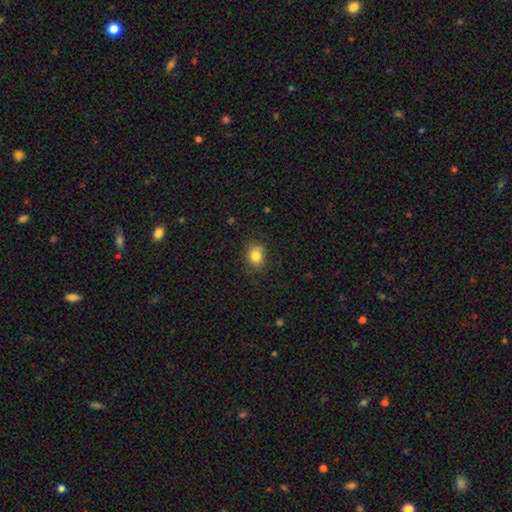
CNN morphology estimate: The model was most divided on "how rounded": round: 60%, in between: 39%, cigar-shaped: 1%. More confident: smooth or featured — smooth (83%); merging — none (78%).